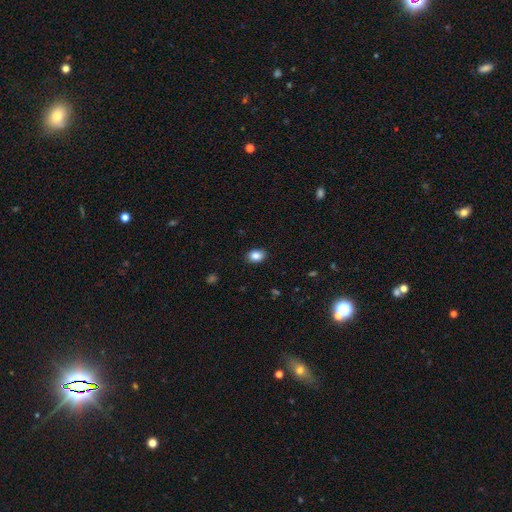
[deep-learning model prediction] Smooth or featured?
  - smooth: 87% *
  - star or artifact: 9%
  - featured or disk: 4%
How rounded?
  - in between: 75% *
  - round: 24%
  - cigar-shaped: 1%
Merging?
  - none: 89% *
  - minor disturbance: 8%
  - major disturbance: 2%
  - merger: 1%